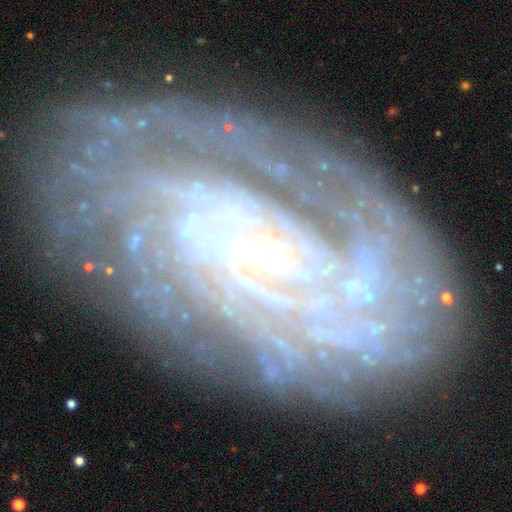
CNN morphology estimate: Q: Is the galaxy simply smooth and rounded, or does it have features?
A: featured or disk — 88%.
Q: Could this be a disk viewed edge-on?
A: no — 95%.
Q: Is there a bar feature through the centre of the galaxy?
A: weak — 46%.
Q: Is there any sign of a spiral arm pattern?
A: yes — 96%.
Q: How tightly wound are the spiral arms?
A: tight — 74%.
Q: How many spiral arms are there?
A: can't tell — 35%.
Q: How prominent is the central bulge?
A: small — 62%.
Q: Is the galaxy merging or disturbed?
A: none — 72%.